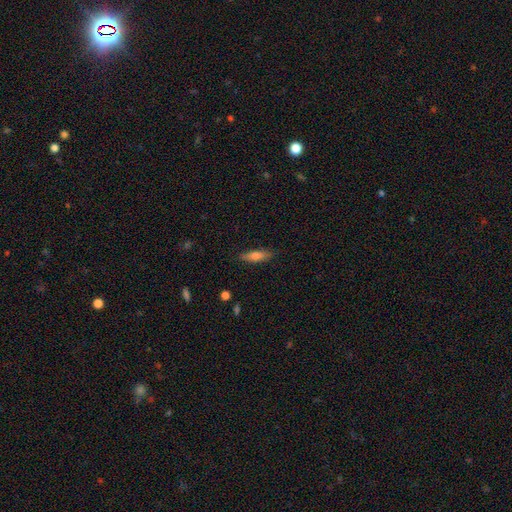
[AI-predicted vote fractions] The model was most divided on "how rounded": cigar-shaped: 60%, in between: 38%, round: 2%. More confident: merging — none (85%); smooth or featured — smooth (67%).